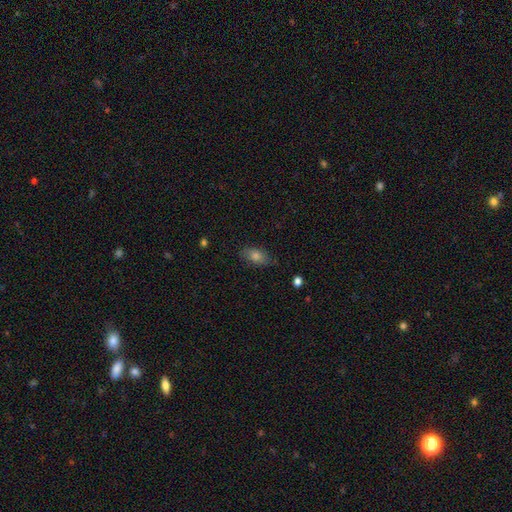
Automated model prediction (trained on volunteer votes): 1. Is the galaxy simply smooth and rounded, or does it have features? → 70% smooth, 17% featured or disk, 13% star or artifact.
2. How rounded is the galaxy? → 84% in between, 10% round, 7% cigar-shaped.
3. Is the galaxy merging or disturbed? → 78% none, 17% minor disturbance, 4% major disturbance, 1% merger.